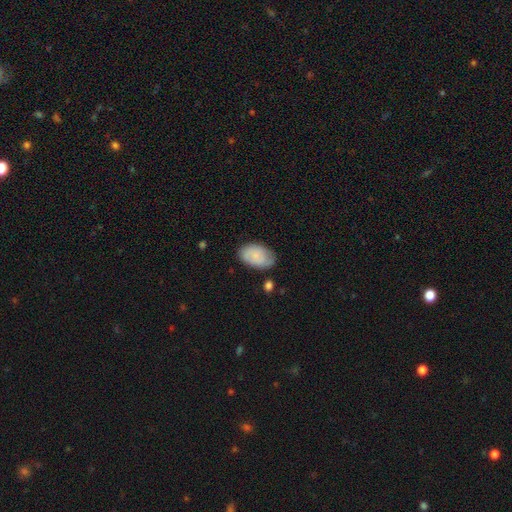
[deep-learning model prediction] smooth_or_featured: smooth (p=0.71) [alt: featured or disk p=0.22]
how_rounded: in between (p=0.93) [alt: round p=0.06]
merging: none (p=0.71) [alt: minor disturbance p=0.21]